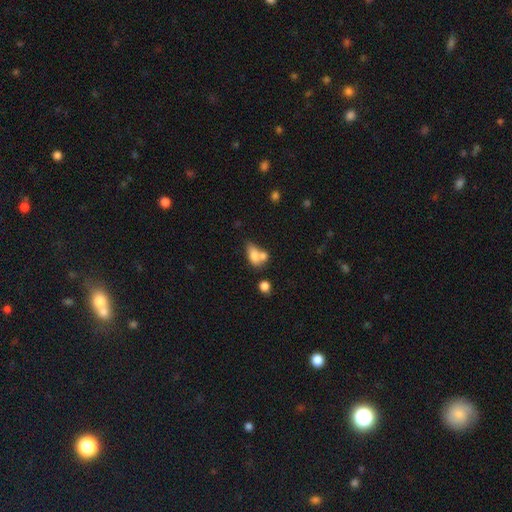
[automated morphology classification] This is likely a smooth galaxy (73%). How rounded: clearly in between (81%). Merging: possibly merger (52%).